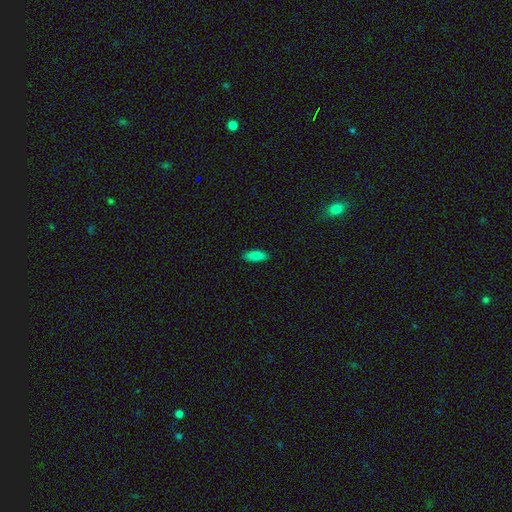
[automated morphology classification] Smooth or featured: smooth — 86% (star or artifact — 8%)
How rounded: in between — 78% (cigar-shaped — 20%)
Merging: none — 88% (minor disturbance — 9%)